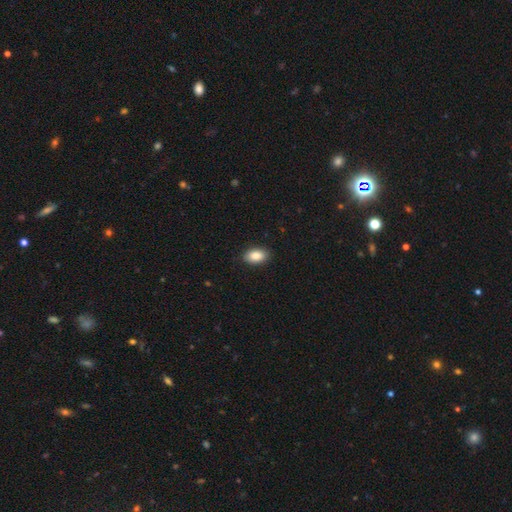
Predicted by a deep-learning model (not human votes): Smooth or featured?
  - smooth: 87% *
  - star or artifact: 7%
  - featured or disk: 6%
How rounded?
  - in between: 91% *
  - round: 7%
  - cigar-shaped: 2%
Merging?
  - none: 89% *
  - minor disturbance: 8%
  - major disturbance: 2%
  - merger: 1%